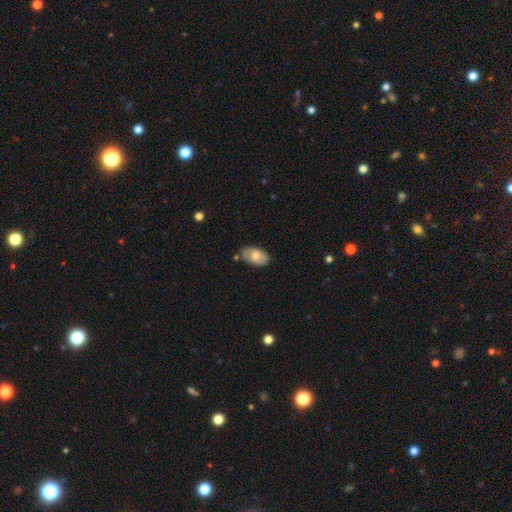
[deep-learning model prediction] smooth-or-featured: smooth: 69% | featured or disk: 24% | star or artifact: 6%
  how-rounded: in between: 93% | round: 6% | cigar-shaped: 1%
  merging: none: 76% | minor disturbance: 17% | merger: 4% | major disturbance: 3%